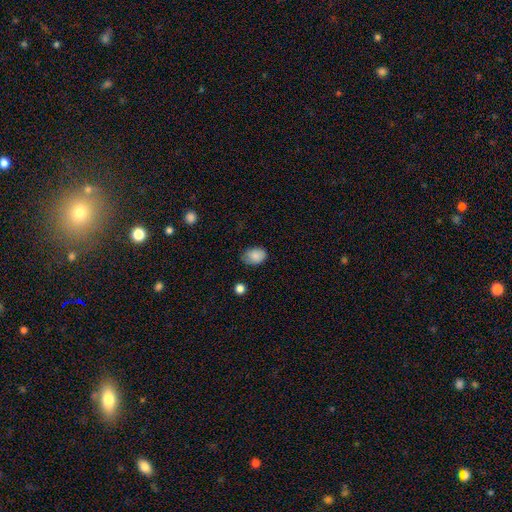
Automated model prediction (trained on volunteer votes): This appears to be a smooth galaxy with no disk features (86%) that is in between round and cigar-shaped (78%). Merging: none (70%).